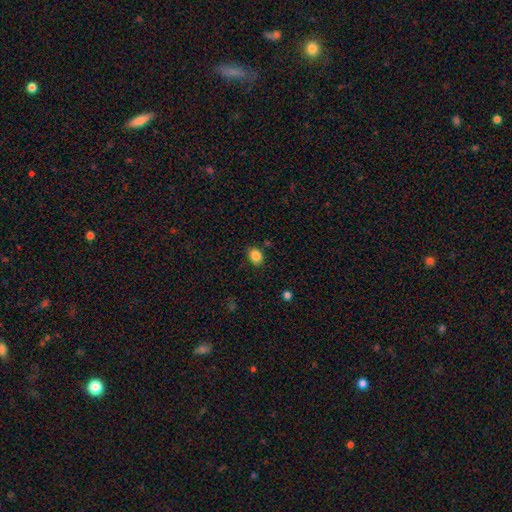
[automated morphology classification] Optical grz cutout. It shows a smooth galaxy with no disk features (86%) that is in between round and cigar-shaped (50%). Merging: none (83%).